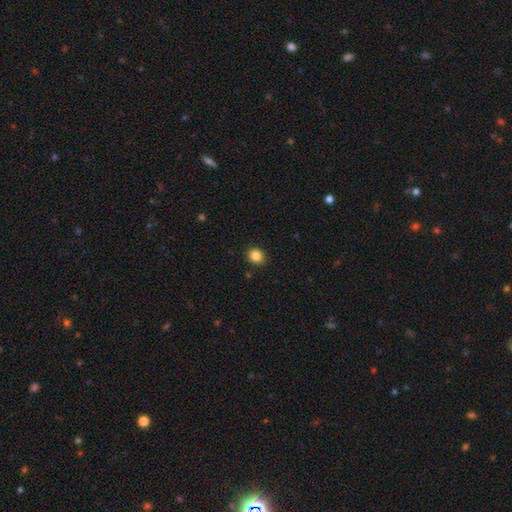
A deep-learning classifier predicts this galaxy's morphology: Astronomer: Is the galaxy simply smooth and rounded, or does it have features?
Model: smooth — 86%.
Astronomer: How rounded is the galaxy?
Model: round — 78%.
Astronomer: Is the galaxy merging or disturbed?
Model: none — 91%.